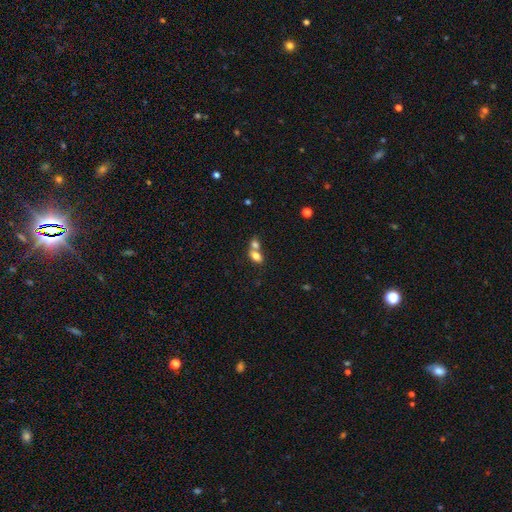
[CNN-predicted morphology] Q: Smooth or featured?
A: smooth (78%); runner-up: featured or disk (12%)
Q: How rounded?
A: in between (82%); runner-up: round (15%)
Q: Merging?
A: merger (61%); runner-up: none (28%)